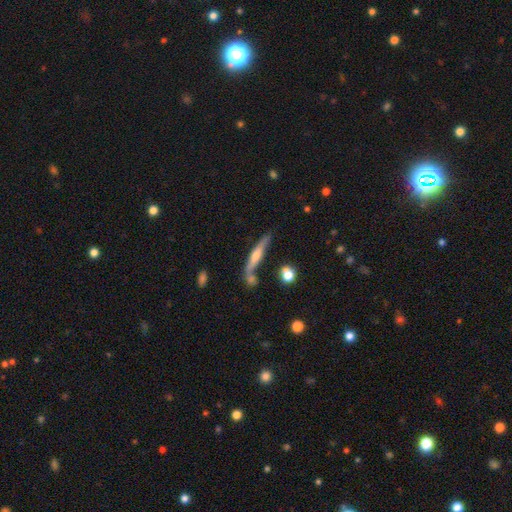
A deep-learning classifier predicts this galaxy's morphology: Smooth or featured?
  - featured or disk: 59% *
  - smooth: 34%
  - star or artifact: 7%
Edge-on disk?
  - yes: 93% *
  - no: 7%
Edge-on bulge?
  - rounded: 79% *
  - none: 12%
  - boxy: 10%
Merging?
  - none: 65% *
  - minor disturbance: 16%
  - merger: 15%
  - major disturbance: 5%